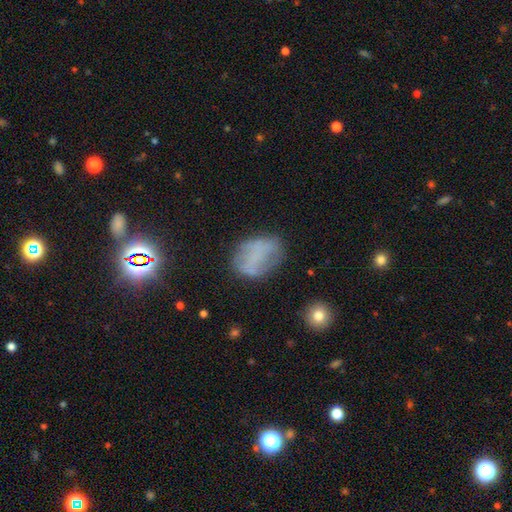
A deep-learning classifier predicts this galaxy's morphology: type=smooth (51%); roundness=in between (74%); merging=none (59%).